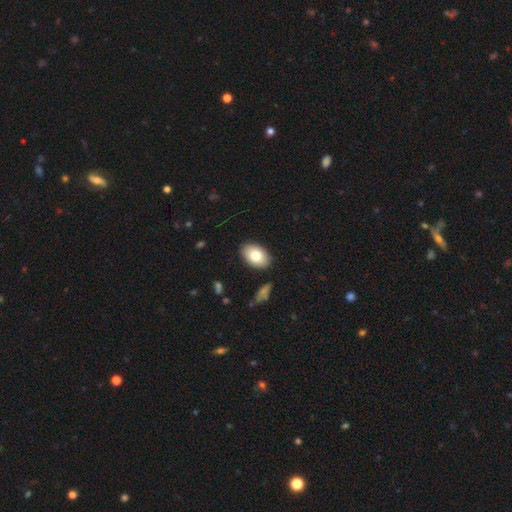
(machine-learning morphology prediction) This is likely a smooth galaxy (79%). How rounded: clearly in between (90%). Merging: clearly none (88%).